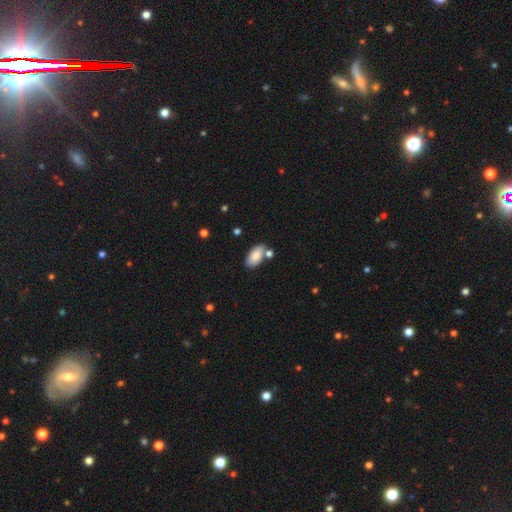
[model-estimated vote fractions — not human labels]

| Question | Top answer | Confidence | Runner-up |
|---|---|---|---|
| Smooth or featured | smooth | 84% | featured or disk (9%) |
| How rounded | in between | 94% | cigar-shaped (3%) |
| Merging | none | 68% | merger (14%) |